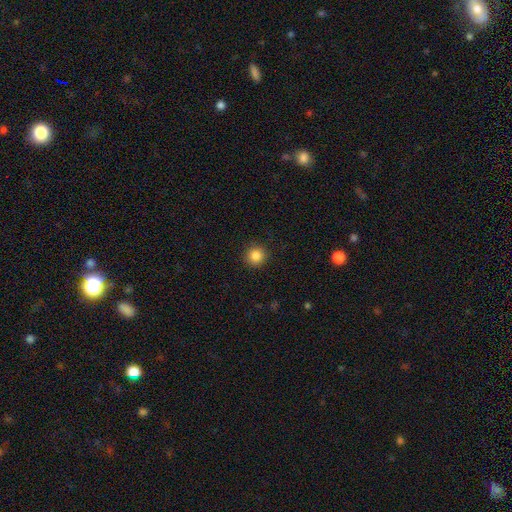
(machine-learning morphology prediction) Overall: smooth (84%). How rounded: round (95%). Merging: none (92%).